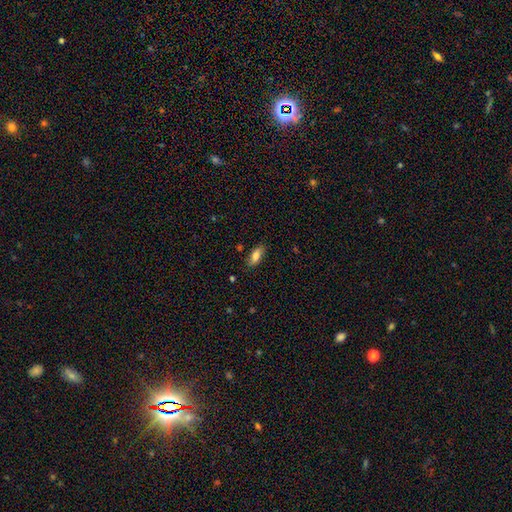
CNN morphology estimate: smooth 81%, featured or disk 12%, star or artifact 7%. Down the decision tree: how rounded — in between (80%); merging — none (82%).